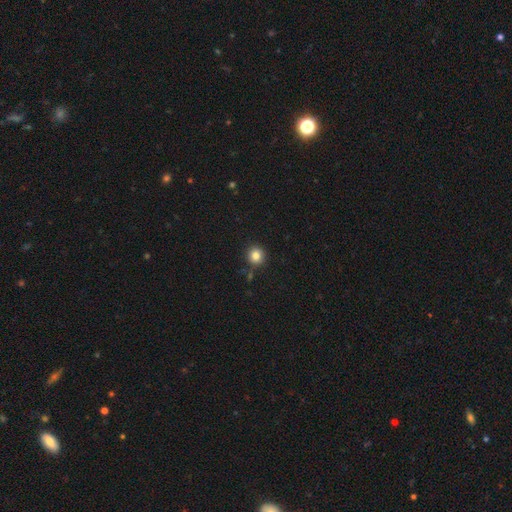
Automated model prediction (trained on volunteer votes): Smooth or featured?
  - smooth: 83% *
  - star or artifact: 12%
  - featured or disk: 6%
How rounded?
  - round: 93% *
  - in between: 6%
  - cigar-shaped: 1%
Merging?
  - none: 86% *
  - minor disturbance: 8%
  - merger: 4%
  - major disturbance: 2%